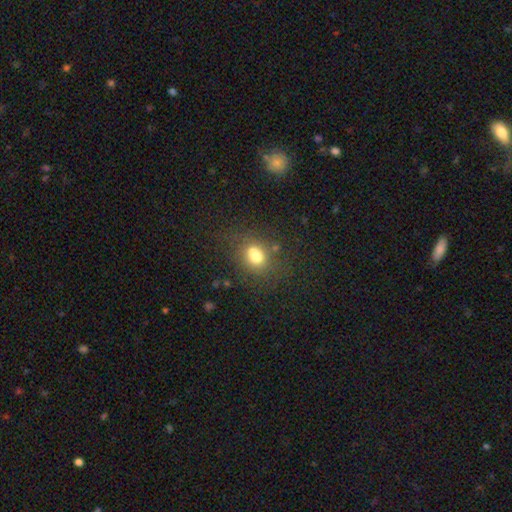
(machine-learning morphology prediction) Smooth or featured?
  - smooth: 66% *
  - featured or disk: 18%
  - star or artifact: 16%
How rounded?
  - round: 56% *
  - in between: 43%
  - cigar-shaped: 1%
Merging?
  - none: 48% *
  - merger: 33%
  - minor disturbance: 13%
  - major disturbance: 6%